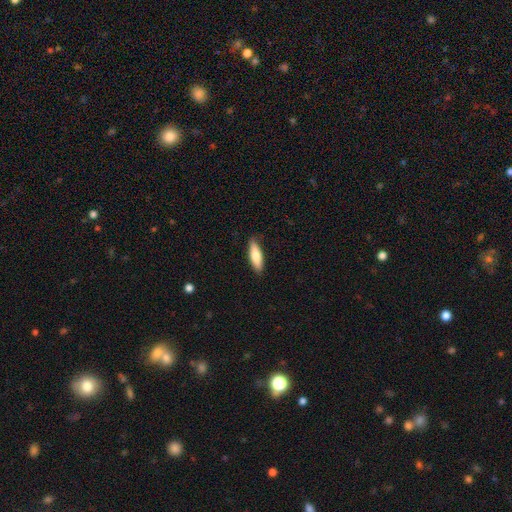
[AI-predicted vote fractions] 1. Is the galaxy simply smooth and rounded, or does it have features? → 77% smooth, 17% featured or disk, 6% star or artifact.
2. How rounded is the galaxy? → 53% cigar-shaped, 45% in between, 2% round.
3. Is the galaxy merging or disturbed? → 86% none, 11% minor disturbance, 2% major disturbance, 1% merger.